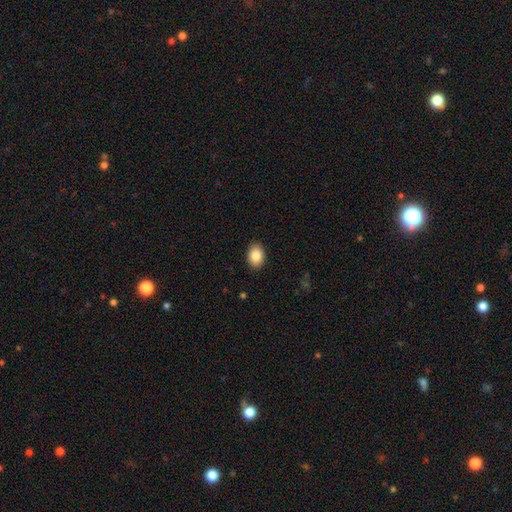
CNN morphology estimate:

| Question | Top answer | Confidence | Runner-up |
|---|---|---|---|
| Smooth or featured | smooth | 87% | star or artifact (8%) |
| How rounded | in between | 78% | round (21%) |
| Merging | none | 90% | minor disturbance (8%) |